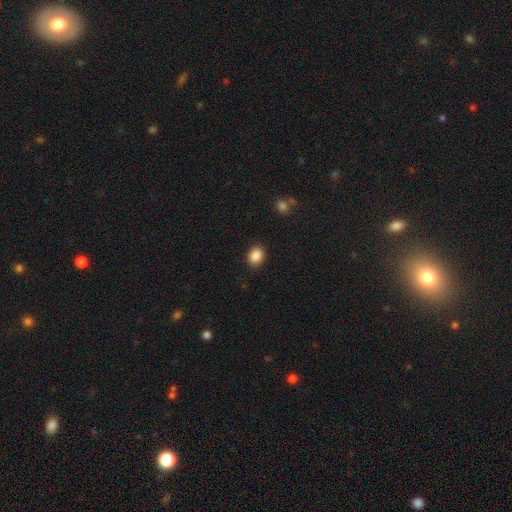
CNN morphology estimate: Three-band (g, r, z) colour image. It shows a smooth galaxy with no disk features (88%) that is round (50%). Merging: none (89%).